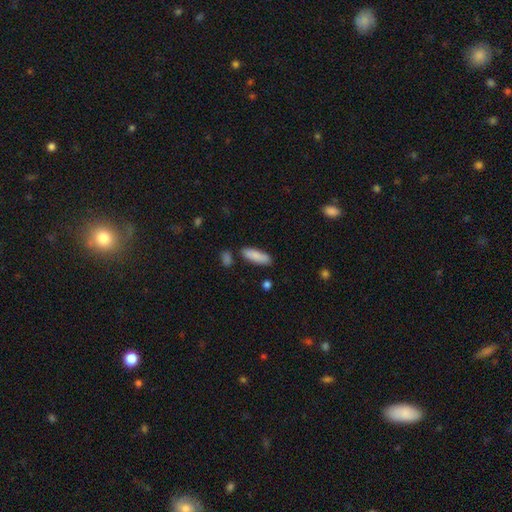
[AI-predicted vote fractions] Morphology: type=smooth (87%); roundness=in between (50%); merging=none (81%).